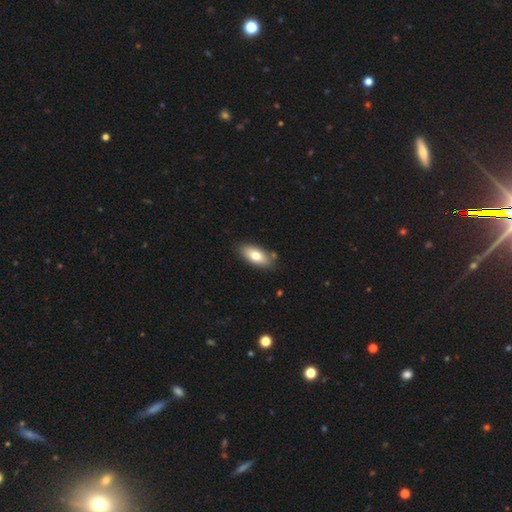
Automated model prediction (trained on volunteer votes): Smooth or featured? smooth (75%)
How rounded? in between (88%)
Merging? none (81%)